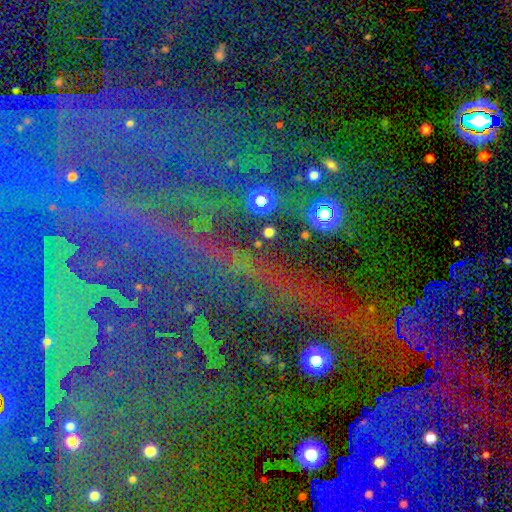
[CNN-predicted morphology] Smooth or featured: star or artifact — 80% (featured or disk — 12%)